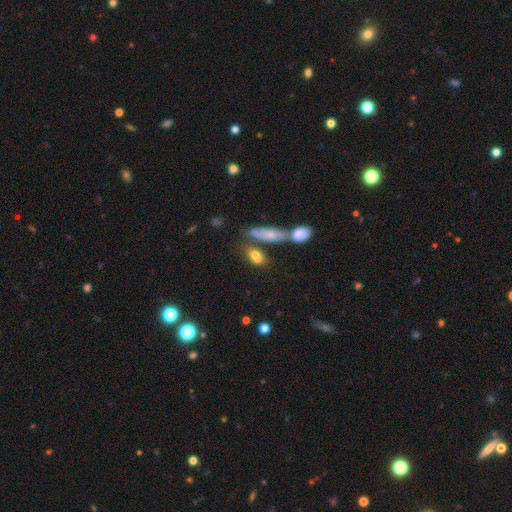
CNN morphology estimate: Smooth or featured? Predicted: smooth (p=0.75). How rounded? Predicted: in between (p=0.74). Merging? Predicted: none (p=0.51).